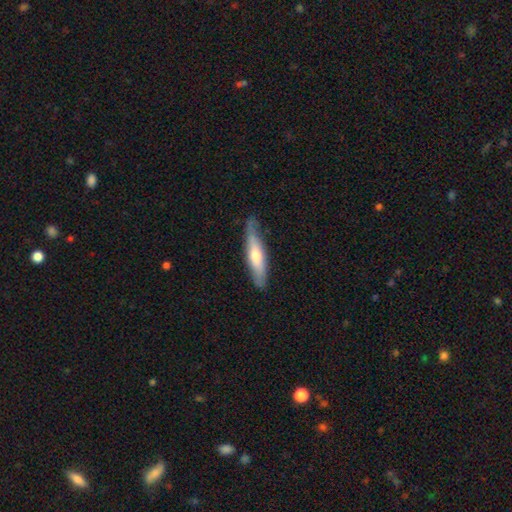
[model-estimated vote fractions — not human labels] Overall: smooth (51%; featured or disk 43%). How rounded: cigar-shaped (81%). Merging: none (78%).